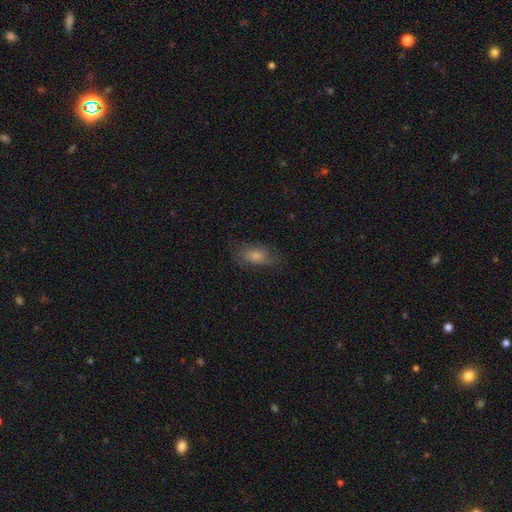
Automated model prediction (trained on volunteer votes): This is possibly a smooth galaxy (56%). How rounded: clearly in between (81%). Merging: likely none (70%).